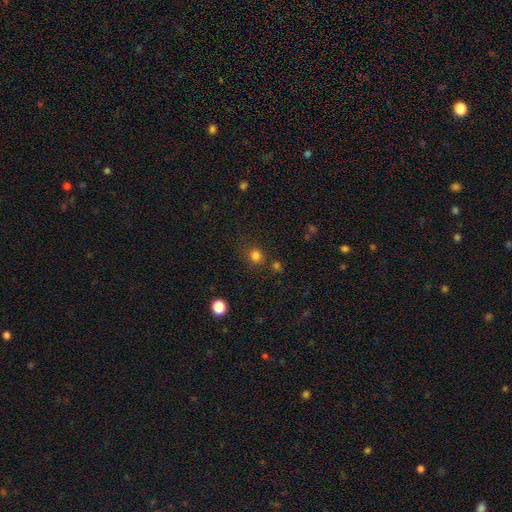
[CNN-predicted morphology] Smooth or featured? Predicted: smooth (p=0.79). How rounded? Predicted: round (p=0.85). Merging? Predicted: none (p=0.78).